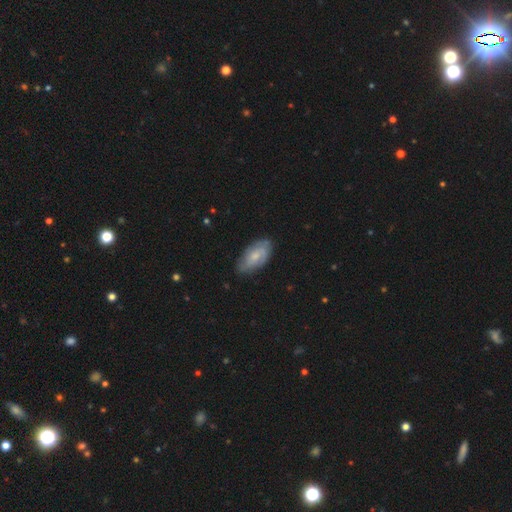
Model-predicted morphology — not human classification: Smooth or featured? Predicted: featured or disk (p=0.50). Edge-on disk? Predicted: no (p=0.92). Merging? Predicted: none (p=0.73).